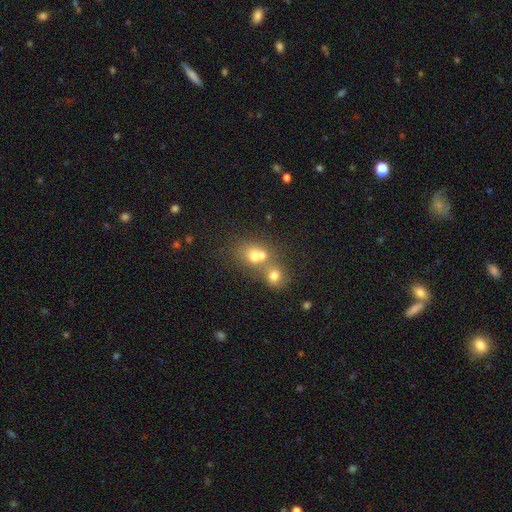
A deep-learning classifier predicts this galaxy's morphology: Smooth or featured?
  - smooth: 66% *
  - featured or disk: 19%
  - star or artifact: 15%
How rounded?
  - round: 65% *
  - in between: 34%
  - cigar-shaped: 1%
Merging?
  - merger: 60% *
  - none: 30%
  - minor disturbance: 7%
  - major disturbance: 4%